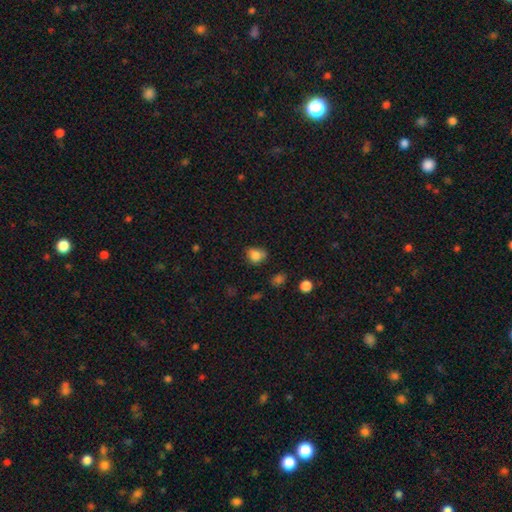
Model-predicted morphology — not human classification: Smooth or featured?
  - smooth: 82% *
  - star or artifact: 11%
  - featured or disk: 7%
How rounded?
  - round: 57% *
  - in between: 42%
  - cigar-shaped: 1%
Merging?
  - none: 59% *
  - minor disturbance: 30%
  - major disturbance: 8%
  - merger: 3%